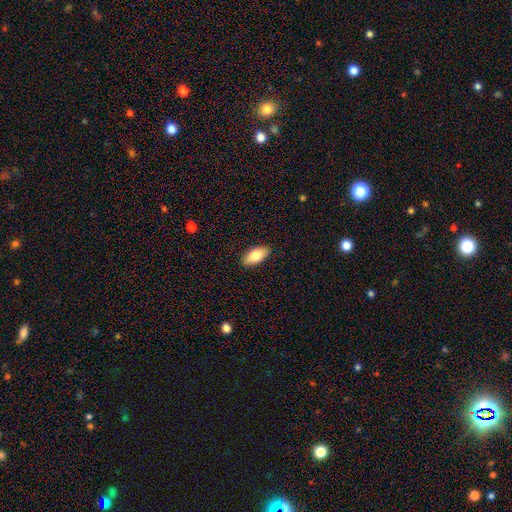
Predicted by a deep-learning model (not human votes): smooth-or-featured: smooth: 80% | featured or disk: 14% | star or artifact: 6%
  how-rounded: in between: 91% | cigar-shaped: 6% | round: 3%
  merging: none: 87% | minor disturbance: 10% | major disturbance: 2% | merger: 1%